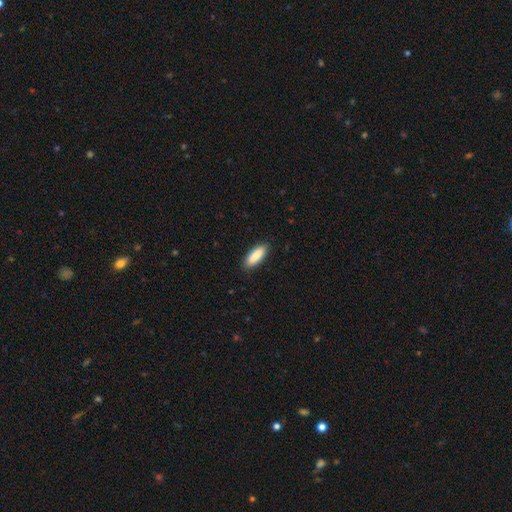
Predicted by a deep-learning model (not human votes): smooth-or-featured: smooth: 87% | featured or disk: 8% | star or artifact: 6%
  how-rounded: in between: 59% | cigar-shaped: 39% | round: 2%
  merging: none: 90% | minor disturbance: 8% | major disturbance: 2% | merger: 1%